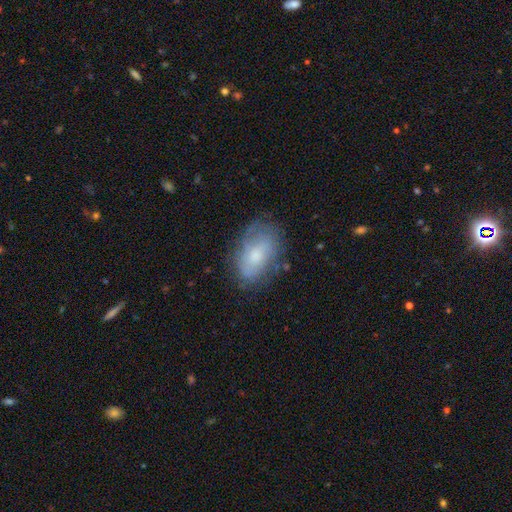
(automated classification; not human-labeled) smooth-or-featured: smooth: 58% | featured or disk: 34% | star or artifact: 8%
  how-rounded: in between: 90% | round: 8% | cigar-shaped: 2%
  merging: none: 65% | minor disturbance: 24% | major disturbance: 9% | merger: 2%